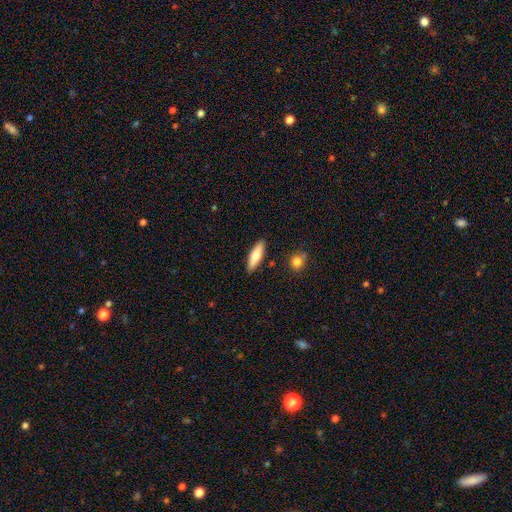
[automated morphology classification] Smooth or featured? smooth (75%)
How rounded? cigar-shaped (56%)
Merging? none (88%)